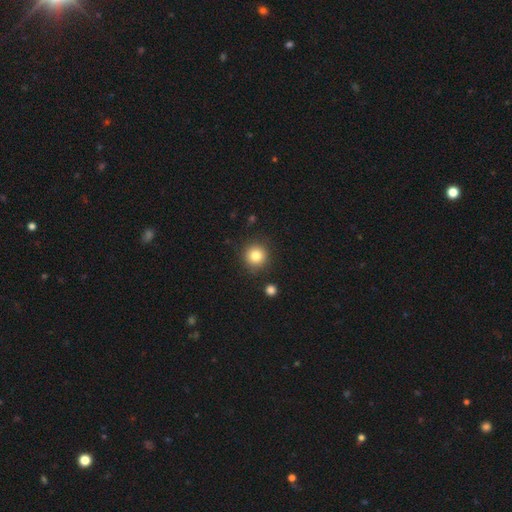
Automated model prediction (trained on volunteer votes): A smooth galaxy with no disk features (82%) that is round (93%). Merging: none (88%).